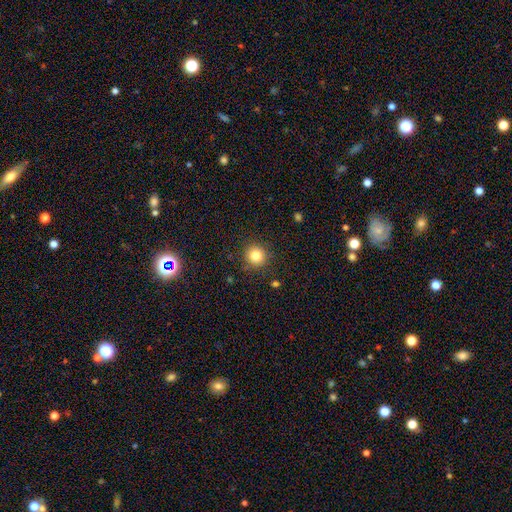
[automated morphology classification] The model was most divided on "smooth or featured": smooth: 82%, star or artifact: 12%, featured or disk: 6%. More confident: how rounded — round (93%); merging — none (89%).